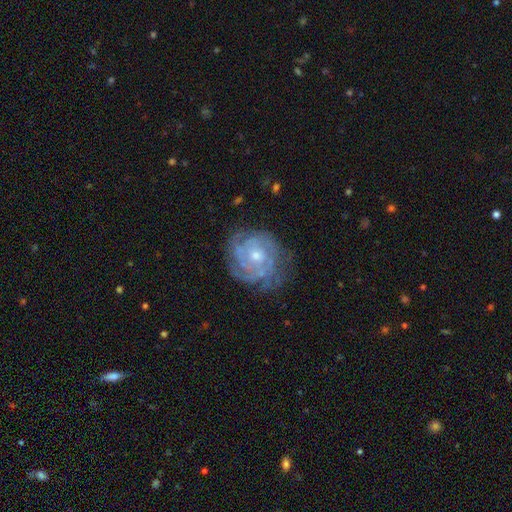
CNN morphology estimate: Smooth or featured: featured or disk — 85% (smooth — 8%)
Edge-on disk: no — 97% (yes — 3%)
Bar: no — 78% (weak — 18%)
Spiral arms: yes — 96% (no — 4%)
Spiral winding: tight — 76% (medium — 20%)
Spiral arm count: can't tell — 31% (3 — 21%)
Bulge size: small — 53% (moderate — 43%)
Merging: none — 74% (minor disturbance — 18%)